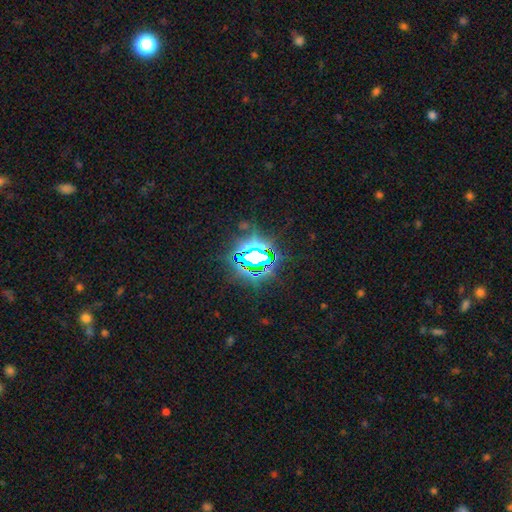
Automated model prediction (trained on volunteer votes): This is clearly a star or artifact rather than a galaxy (83%).